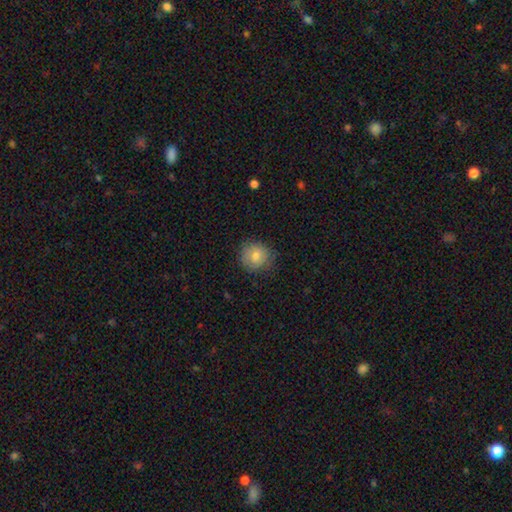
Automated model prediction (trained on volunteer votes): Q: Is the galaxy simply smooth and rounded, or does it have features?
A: smooth — 79%.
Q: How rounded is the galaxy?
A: round — 87%.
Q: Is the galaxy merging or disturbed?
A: none — 78%.